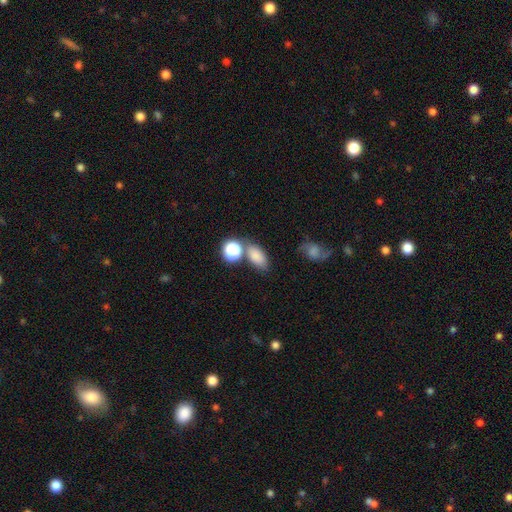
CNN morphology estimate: smooth-or-featured: smooth: 79% | star or artifact: 13% | featured or disk: 8%
  how-rounded: in between: 84% | round: 13% | cigar-shaped: 3%
  merging: none: 60% | merger: 20% | minor disturbance: 15% | major disturbance: 6%